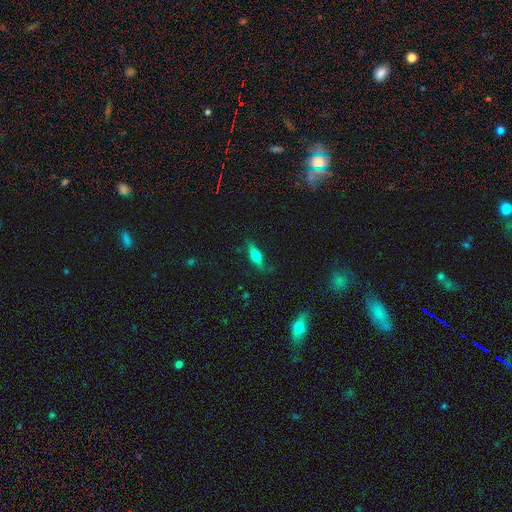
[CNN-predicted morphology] Smooth or featured? Predicted: smooth (p=0.49). Merging? Predicted: none (p=0.80).